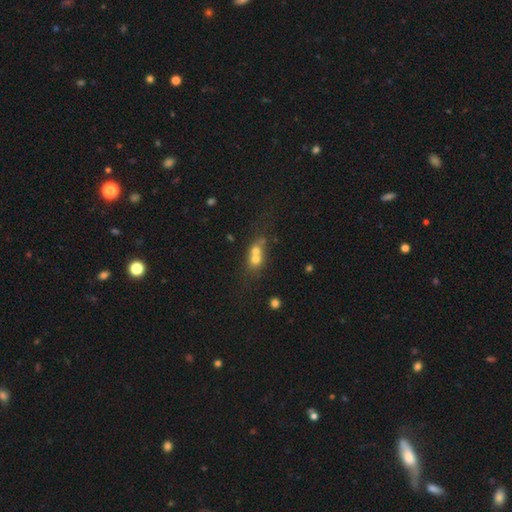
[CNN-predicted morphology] A smooth galaxy with no disk features (63%) that is round (62%).

Vote fractions:
- Smooth or featured? smooth: 63% / featured or disk: 25% / star or artifact: 13%
- How rounded? round: 62% / in between: 35% / cigar-shaped: 3%
- Merging? merger: 67% / none: 23% / minor disturbance: 6% / major disturbance: 4%